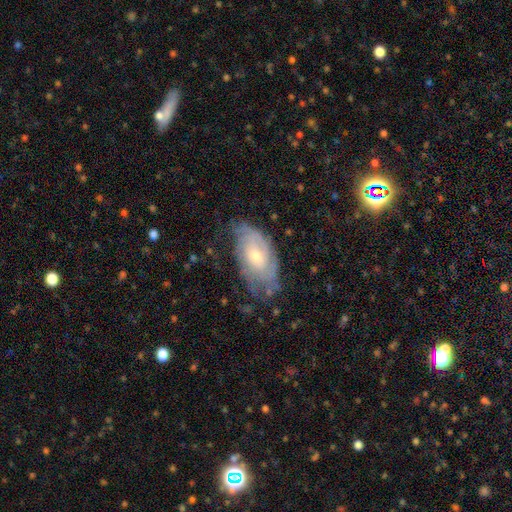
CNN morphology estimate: Smooth or featured: featured or disk — 69% (smooth — 24%)
Edge-on disk: no — 93% (yes — 7%)
Bar: no — 69% (weak — 26%)
Spiral arms: yes — 84% (no — 16%)
Spiral winding: tight — 64% (medium — 27%)
Spiral arm count: can't tell — 55% (2 — 24%)
Bulge size: small — 51% (moderate — 44%)
Merging: none — 57% (minor disturbance — 29%)